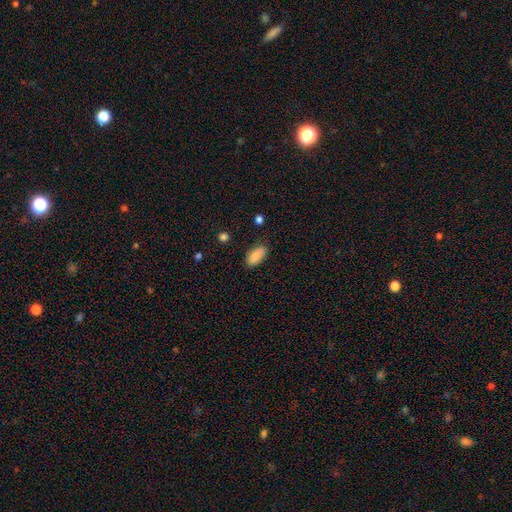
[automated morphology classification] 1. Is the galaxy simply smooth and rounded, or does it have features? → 86% smooth, 7% star or artifact, 7% featured or disk.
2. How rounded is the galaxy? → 91% in between, 7% cigar-shaped, 3% round.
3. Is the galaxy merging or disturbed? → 82% none, 14% minor disturbance, 3% major disturbance, 1% merger.